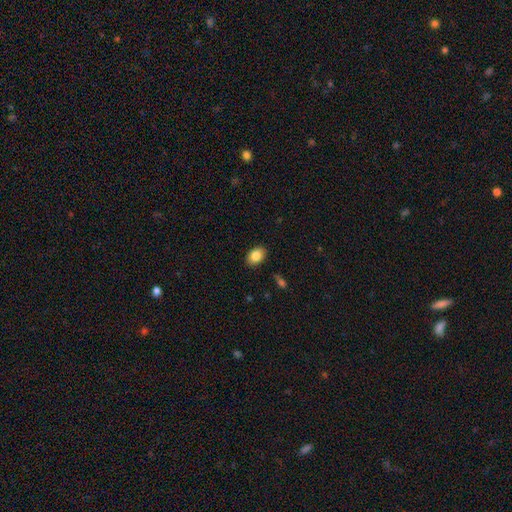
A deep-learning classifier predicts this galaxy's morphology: smooth-or-featured: smooth: 85% | star or artifact: 8% | featured or disk: 7%
  how-rounded: in between: 81% | round: 18% | cigar-shaped: 1%
  merging: none: 88% | minor disturbance: 9% | major disturbance: 2% | merger: 1%